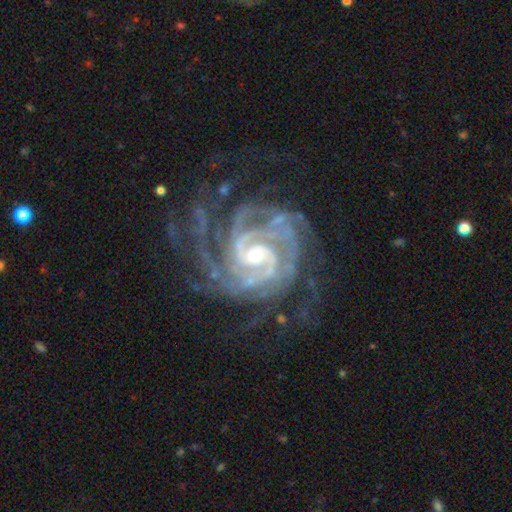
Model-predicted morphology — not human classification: The model was most divided on "spiral arm count": 4: 24%, 3: 22%, 2: 18%, can't tell: 16%, more than 4: 11%, 1: 8%. Remaining: spiral arms — yes (99%); edge-on disk — no (98%); smooth or featured — featured or disk (93%); spiral winding — tight (73%); merging — none (70%); bulge size — moderate (53%); bar — weak (47%).